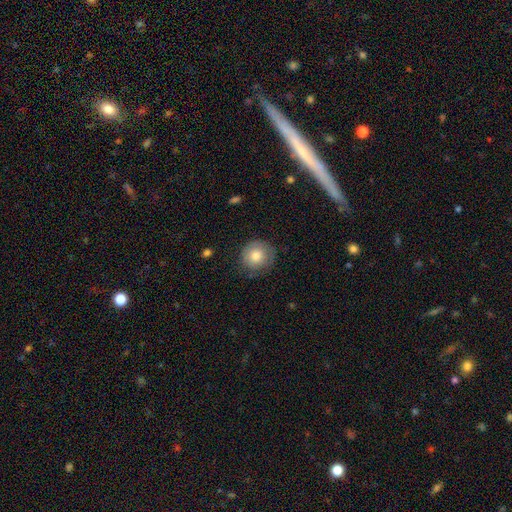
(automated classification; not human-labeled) This is likely a smooth galaxy (79%). How rounded: clearly round (91%). Merging: likely none (78%).